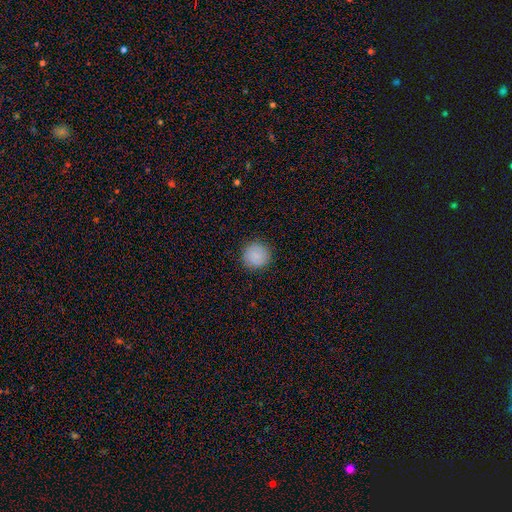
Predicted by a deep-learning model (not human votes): Morphology: type=smooth (84%); roundness=round (95%); merging=none (90%).